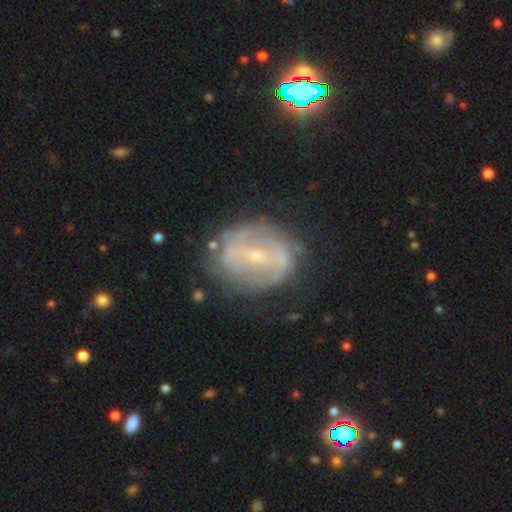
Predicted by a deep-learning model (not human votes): Smooth or featured: featured or disk — 75% (smooth — 17%)
Edge-on disk: no — 95% (yes — 5%)
Bar: weak — 42% (strong — 40%)
Spiral arms: yes — 64% (no — 36%)
Bulge size: small — 68% (moderate — 27%)
Merging: none — 74% (minor disturbance — 17%)